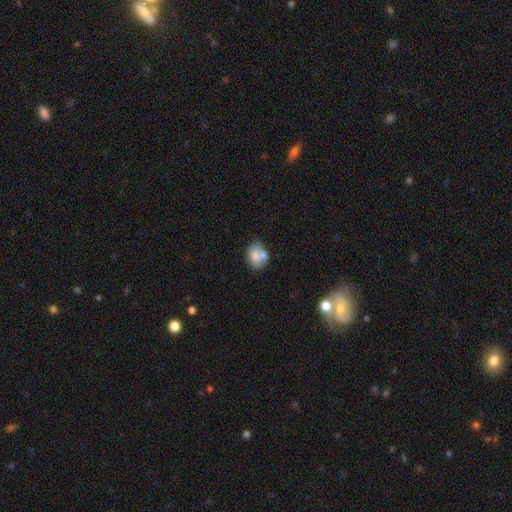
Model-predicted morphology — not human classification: smooth 74%, featured or disk 18%, star or artifact 8%. Down the decision tree: how rounded — in between (64%); merging — none (52%).